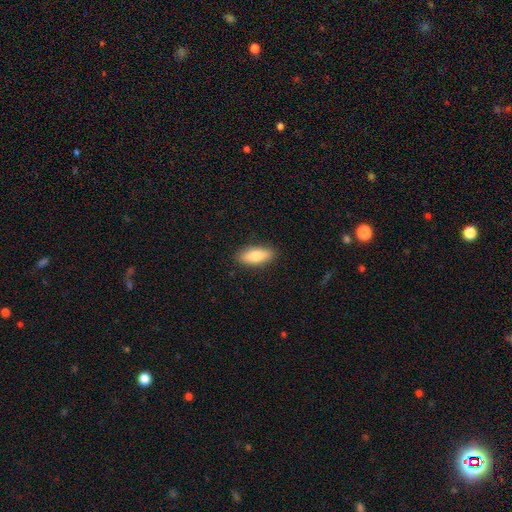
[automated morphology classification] smooth_or_featured: smooth (p=0.81) [alt: featured or disk p=0.13]
how_rounded: in between (p=0.73) [alt: cigar-shaped p=0.25]
merging: none (p=0.89) [alt: minor disturbance p=0.09]